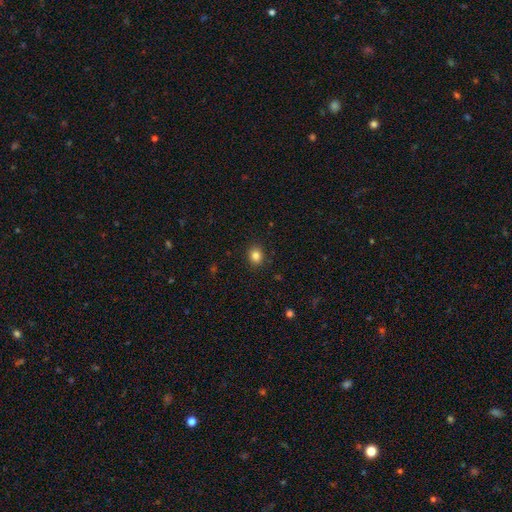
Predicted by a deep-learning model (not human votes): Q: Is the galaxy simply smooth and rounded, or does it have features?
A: smooth — 84%.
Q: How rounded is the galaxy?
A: round — 66%.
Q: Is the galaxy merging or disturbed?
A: none — 90%.